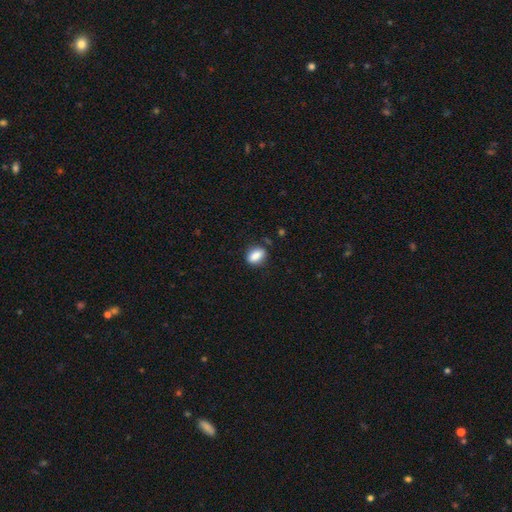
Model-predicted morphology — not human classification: Smooth or featured? smooth (86%)
How rounded? in between (81%)
Merging? none (79%)